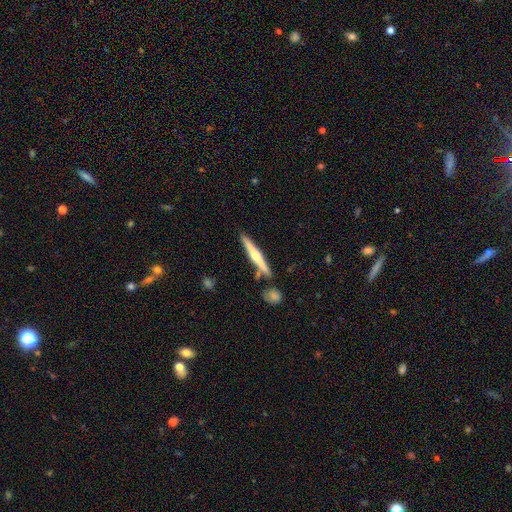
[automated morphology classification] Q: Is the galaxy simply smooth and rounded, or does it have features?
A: featured or disk — 64%.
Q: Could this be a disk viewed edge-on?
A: yes — 98%.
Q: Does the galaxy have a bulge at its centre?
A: rounded — 86%.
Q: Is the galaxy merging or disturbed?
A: none — 83%.